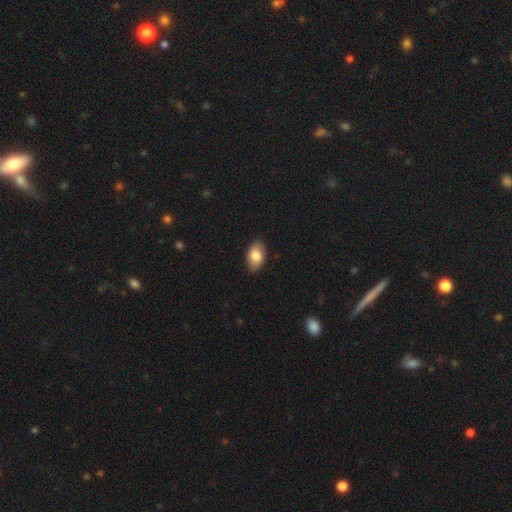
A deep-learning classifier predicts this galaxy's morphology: smooth-or-featured: smooth: 83% | featured or disk: 10% | star or artifact: 6%
  how-rounded: in between: 92% | round: 7% | cigar-shaped: 1%
  merging: none: 87% | minor disturbance: 10% | major disturbance: 2% | merger: 1%